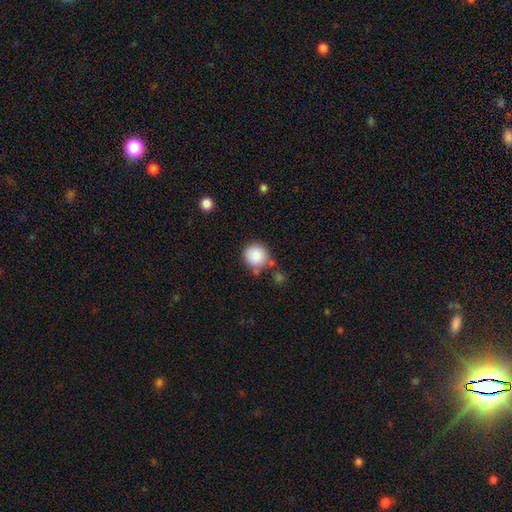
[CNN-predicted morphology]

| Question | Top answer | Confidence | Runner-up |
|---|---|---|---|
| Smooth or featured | smooth | 87% | star or artifact (8%) |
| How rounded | round | 92% | in between (7%) |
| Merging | none | 71% | minor disturbance (15%) |